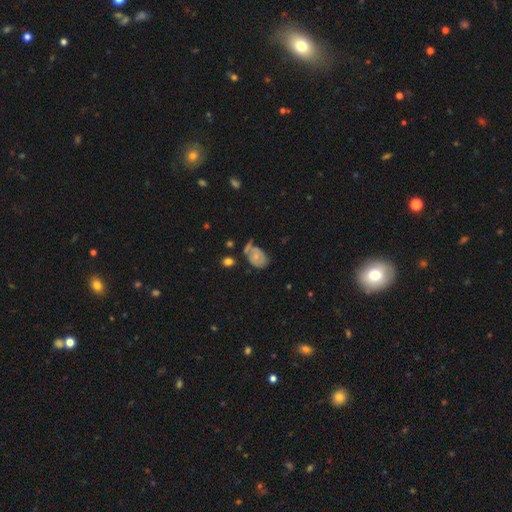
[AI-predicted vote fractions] Smooth or featured?
  - smooth: 47% *
  - featured or disk: 44%
  - star or artifact: 9%
Merging?
  - none: 35% *
  - minor disturbance: 32%
  - major disturbance: 17%
  - merger: 16%